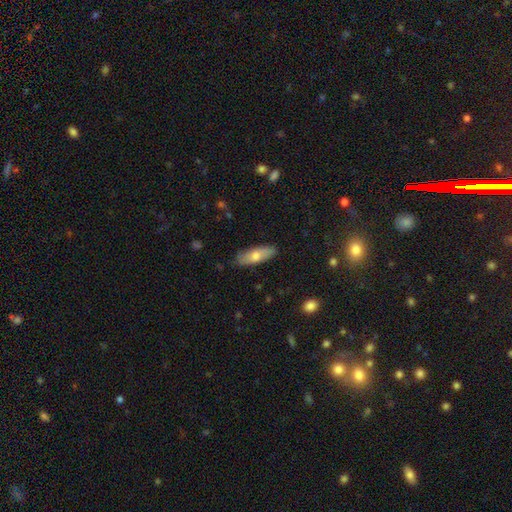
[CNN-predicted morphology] smooth 67%, featured or disk 27%, star or artifact 6%. Down the decision tree: how rounded — in between (65%); merging — none (81%).